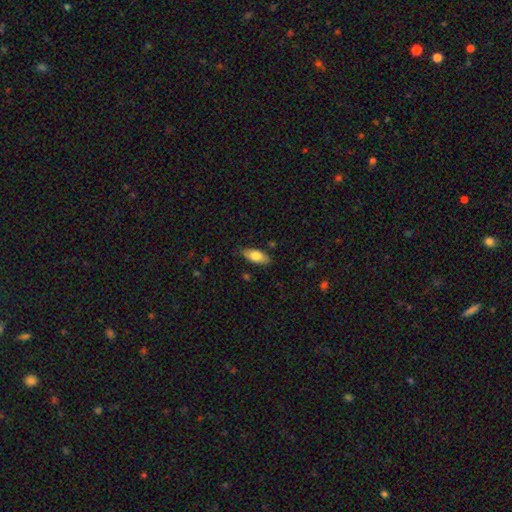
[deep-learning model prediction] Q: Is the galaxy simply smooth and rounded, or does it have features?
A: smooth — 77%.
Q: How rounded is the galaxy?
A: in between — 84%.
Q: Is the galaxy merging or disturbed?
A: none — 82%.